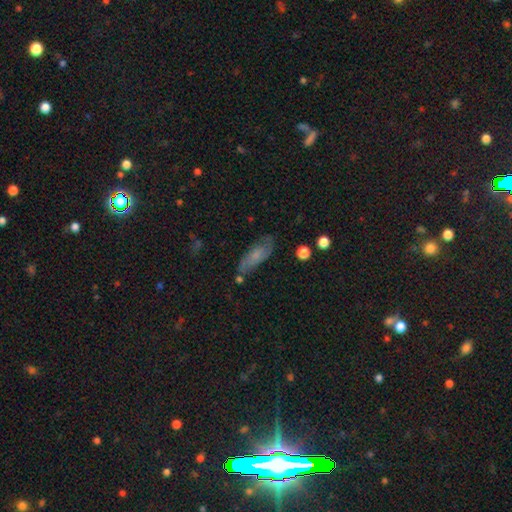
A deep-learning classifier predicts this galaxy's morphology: This is possibly a featured or disk galaxy (46%). Merging: likely none (68%).